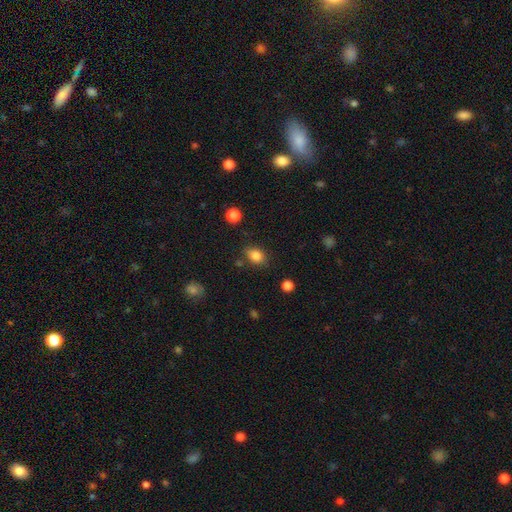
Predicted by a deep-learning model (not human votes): The model was most divided on "how rounded": in between: 65%, round: 33%, cigar-shaped: 1%. More confident: smooth or featured — smooth (83%); merging — none (77%).